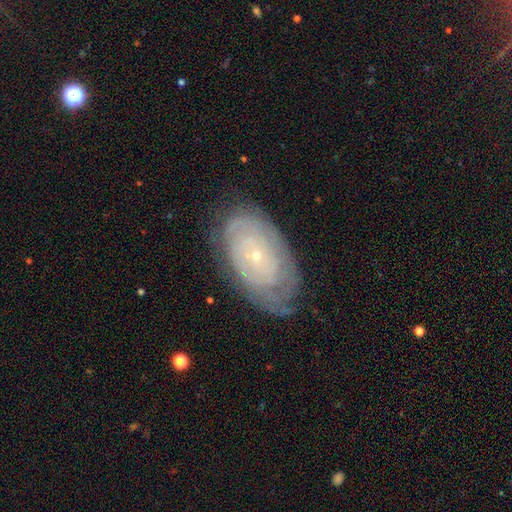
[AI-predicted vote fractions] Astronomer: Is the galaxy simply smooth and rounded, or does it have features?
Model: featured or disk — 75%.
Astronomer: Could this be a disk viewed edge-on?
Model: no — 95%.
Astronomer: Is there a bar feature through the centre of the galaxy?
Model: no — 86%.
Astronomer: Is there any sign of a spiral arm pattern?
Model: yes — 80%.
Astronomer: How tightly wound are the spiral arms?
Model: tight — 83%.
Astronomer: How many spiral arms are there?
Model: can't tell — 61%.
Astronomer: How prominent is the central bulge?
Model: small — 85%.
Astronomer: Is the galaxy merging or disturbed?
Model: none — 73%.